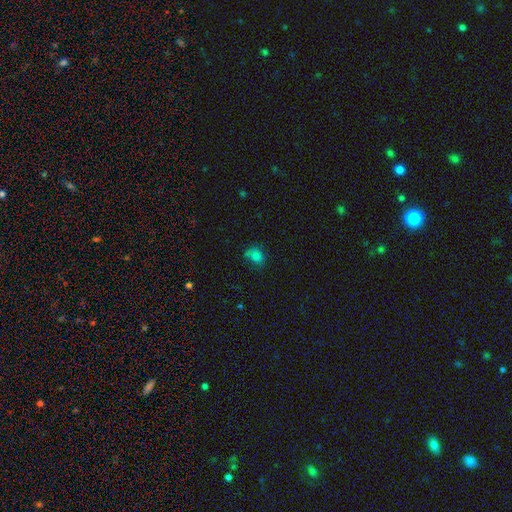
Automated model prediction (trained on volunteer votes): Smooth or featured?
  - smooth: 76% *
  - star or artifact: 16%
  - featured or disk: 8%
How rounded?
  - in between: 58% *
  - round: 41%
  - cigar-shaped: 1%
Merging?
  - none: 52% *
  - minor disturbance: 30%
  - major disturbance: 14%
  - merger: 5%